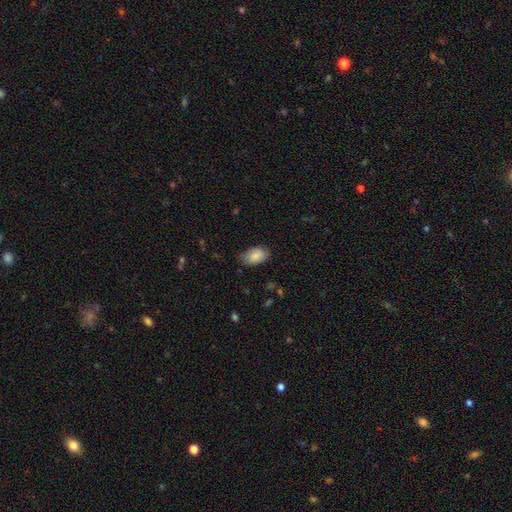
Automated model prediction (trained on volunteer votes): Smooth or featured: smooth — 84% (featured or disk — 9%)
How rounded: in between — 92% (round — 7%)
Merging: none — 75% (minor disturbance — 20%)